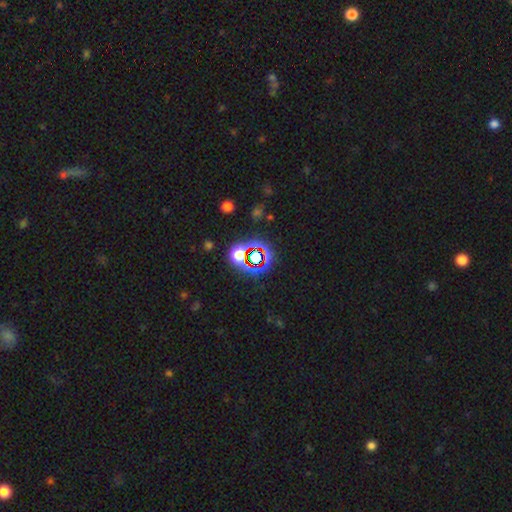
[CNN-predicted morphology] Smooth or featured? Predicted: star or artifact (p=0.68).